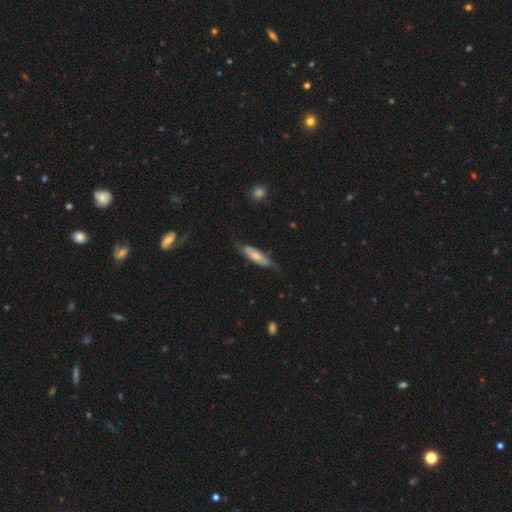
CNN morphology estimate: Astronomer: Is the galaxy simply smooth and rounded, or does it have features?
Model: smooth — 59% (runner-up: featured or disk, 36%).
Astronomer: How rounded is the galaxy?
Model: cigar-shaped — 62%.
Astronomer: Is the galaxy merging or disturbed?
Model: none — 66%.